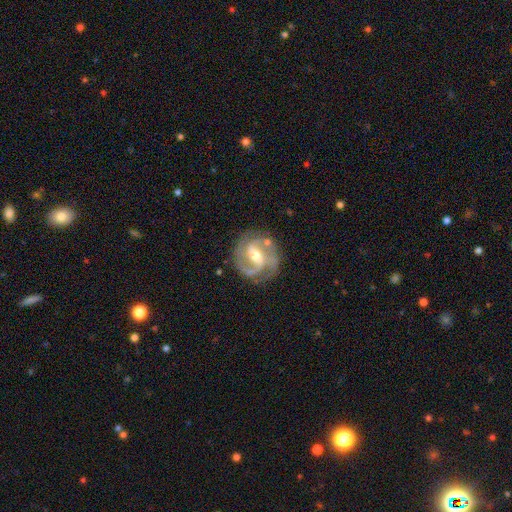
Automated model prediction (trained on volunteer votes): smooth-or-featured: featured or disk: 89% | smooth: 7% | star or artifact: 5%
  disk-edge-on: no: 97% | yes: 3%
    bar: weak: 45% | strong: 40% | no: 15%
    has-spiral-arms: yes: 97% | no: 3%
      spiral-winding: medium: 55% | tight: 31% | loose: 14%
      spiral-arm-count: 2: 79% | 3: 11% | can't tell: 4% | 1: 2% | 4: 1% | more than 4: 1%
    bulge-size: moderate: 57% | small: 37% | large: 4% | none: 1% | dominant: 1%
  merging: none: 76% | minor disturbance: 15% | major disturbance: 6% | merger: 3%